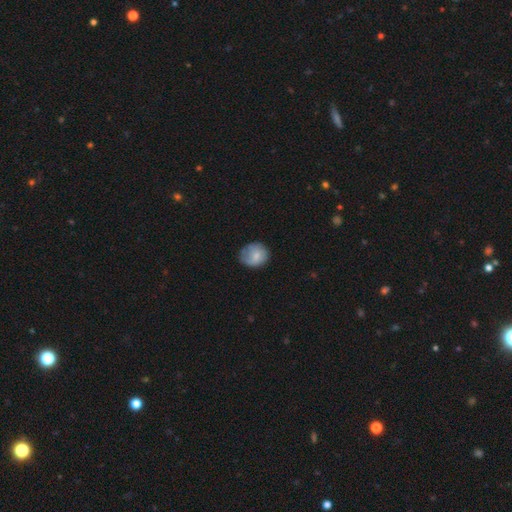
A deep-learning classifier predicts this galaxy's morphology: The model was most divided on "merging": none: 63%, minor disturbance: 27%, major disturbance: 8%, merger: 1%. More confident: smooth or featured — smooth (75%); how rounded — round (71%).